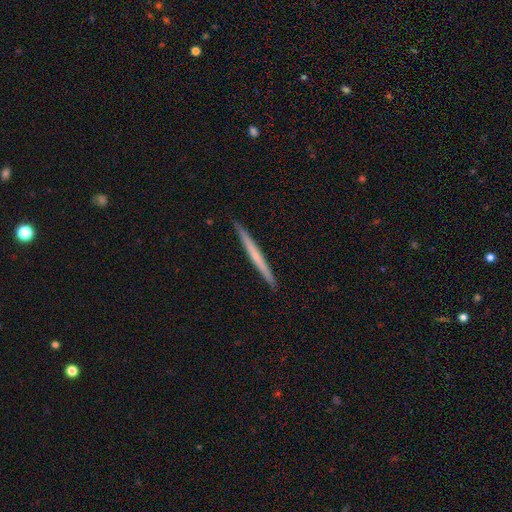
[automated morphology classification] This appears to be a featured or disk galaxy (52%) viewed edge-on (97%) with no central bulge (77%). Merging: none (92%).